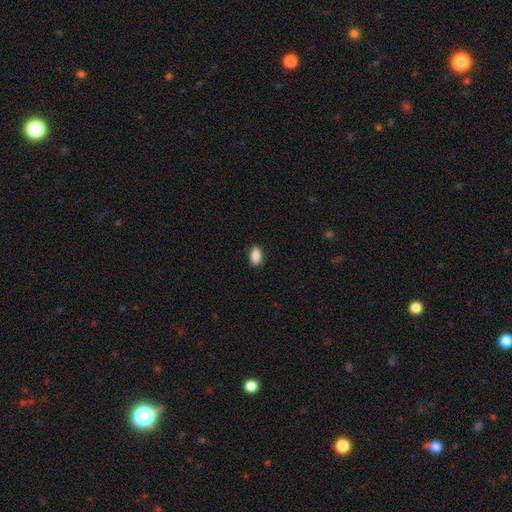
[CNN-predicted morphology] This is clearly a smooth galaxy (88%). How rounded: clearly in between (90%). Merging: clearly none (86%).